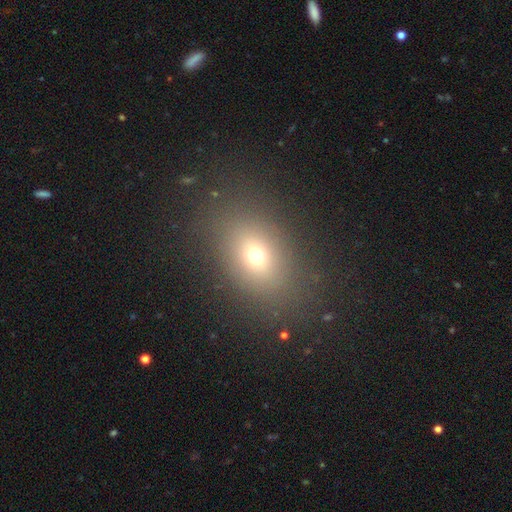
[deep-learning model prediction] Morphology: type=smooth (68%); roundness=in between (69%); merging=none (83%).